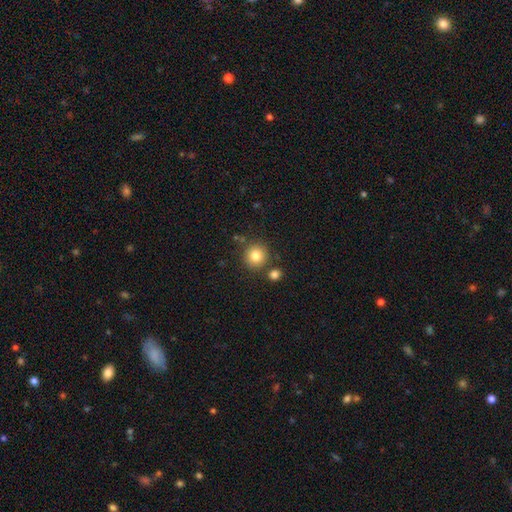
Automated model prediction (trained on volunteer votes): Smooth or featured: smooth — 82% (star or artifact — 11%)
How rounded: round — 92% (in between — 7%)
Merging: none — 81% (merger — 9%)